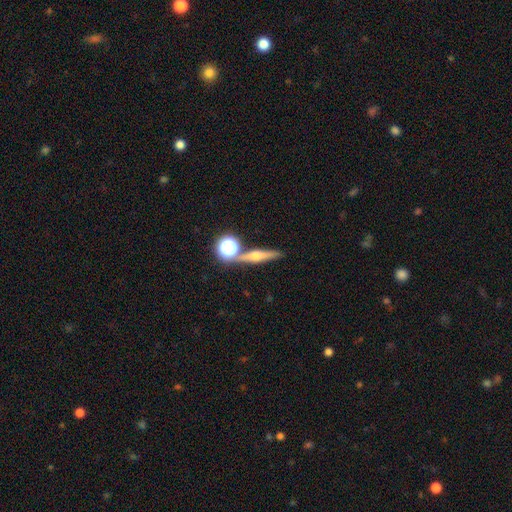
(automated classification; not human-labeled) smooth_or_featured: featured or disk (p=0.56) [alt: smooth p=0.30]
disk_edge_on: yes (p=0.93) [alt: no p=0.07]
edge_on_bulge: rounded (p=0.91) [alt: boxy p=0.05]
merging: none (p=0.79) [alt: merger p=0.11]